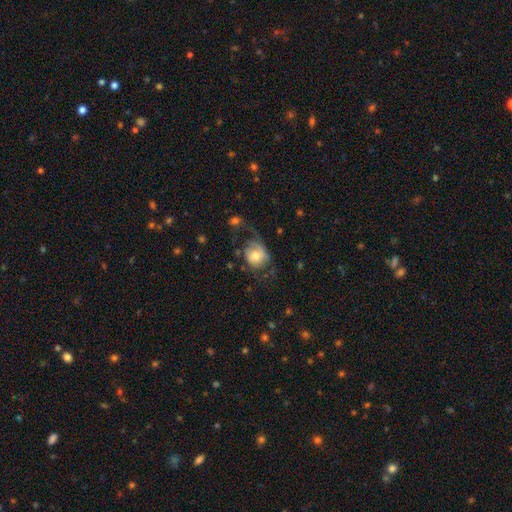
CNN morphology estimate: This is possibly a featured or disk galaxy (50%). Merging: marginally major disturbance (41%).